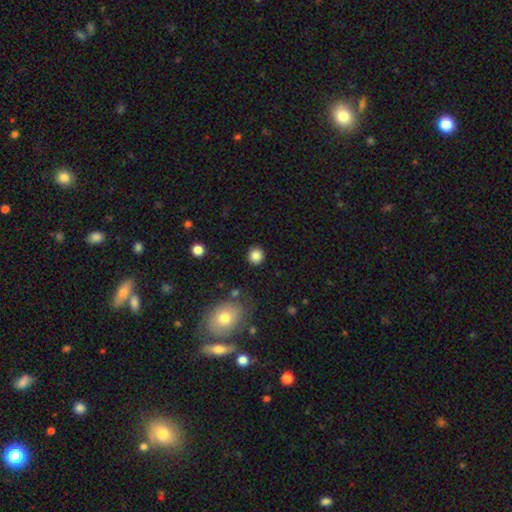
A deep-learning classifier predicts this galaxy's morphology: A smooth galaxy with no disk features (85%) that is round (91%). Merging: none (90%).